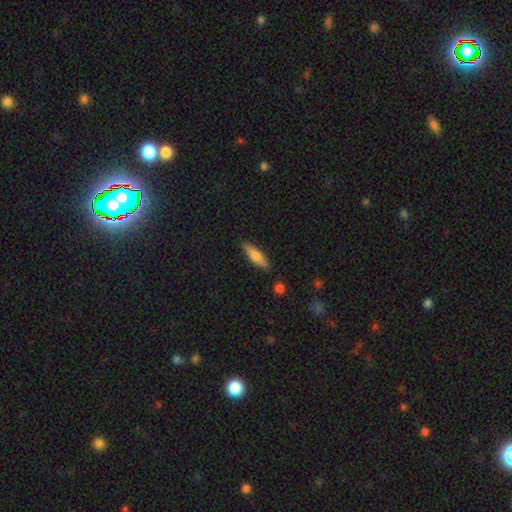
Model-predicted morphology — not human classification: A smooth galaxy with no disk features (65%) that is cigar-shaped (67%). Merging: none (87%).